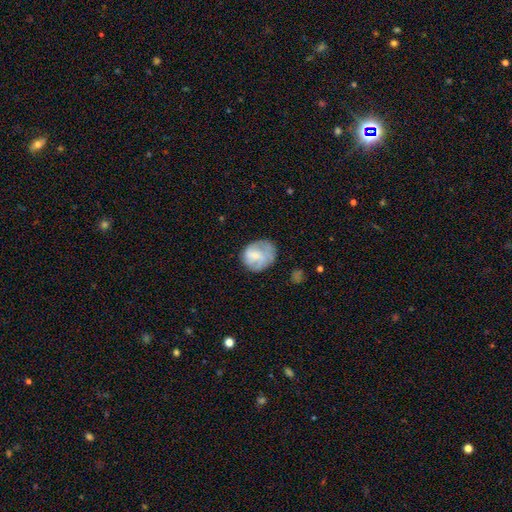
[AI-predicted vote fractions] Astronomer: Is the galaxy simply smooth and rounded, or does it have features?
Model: smooth — 56% (runner-up: featured or disk, 37%).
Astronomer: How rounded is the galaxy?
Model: round — 62%.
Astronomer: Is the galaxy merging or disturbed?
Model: none — 54%.